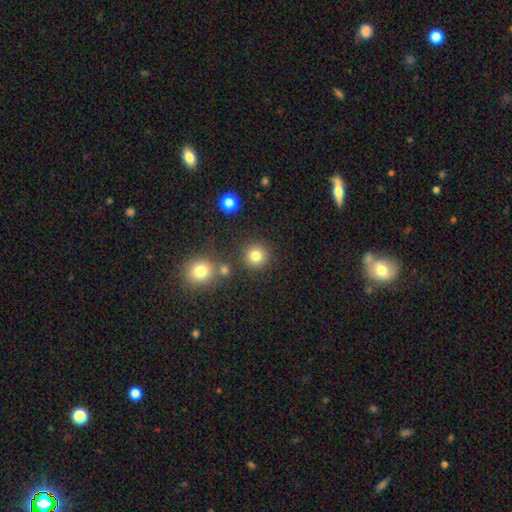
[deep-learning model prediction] smooth 81%, star or artifact 13%, featured or disk 6%. Down the decision tree: how rounded — round (94%); merging — none (85%).